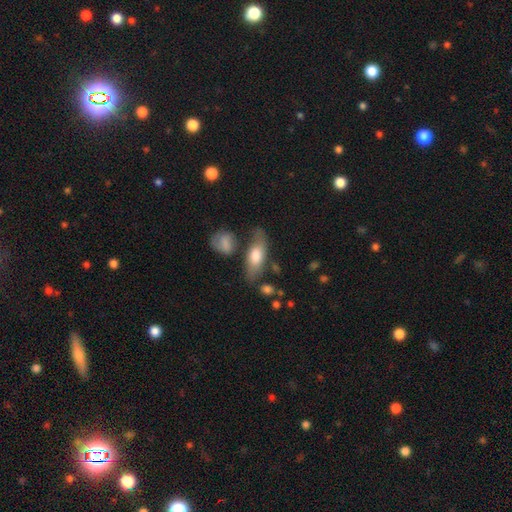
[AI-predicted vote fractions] A smooth galaxy with no disk features (66%) that is in between round and cigar-shaped (72%).

Vote fractions:
- Smooth or featured? smooth: 66% / featured or disk: 28% / star or artifact: 6%
- How rounded? in between: 72% / cigar-shaped: 24% / round: 4%
- Merging? none: 64% / minor disturbance: 21% / merger: 8% / major disturbance: 7%